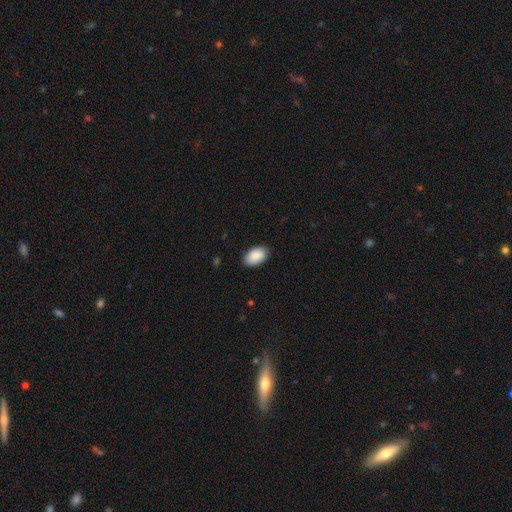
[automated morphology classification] Overall: smooth (90%). How rounded: in between (93%). Merging: none (85%).